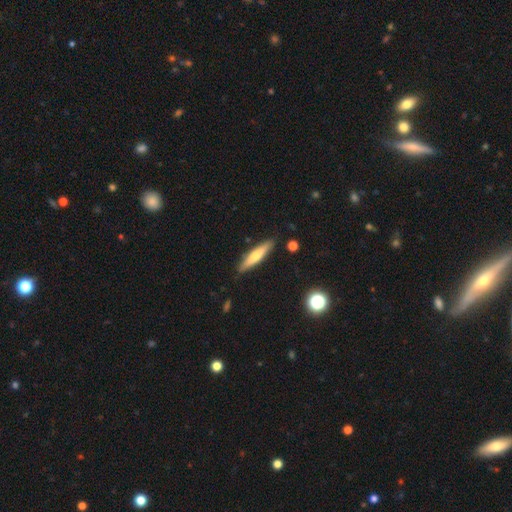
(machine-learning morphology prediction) Smooth or featured? smooth (57%)
How rounded? cigar-shaped (84%)
Merging? none (88%)